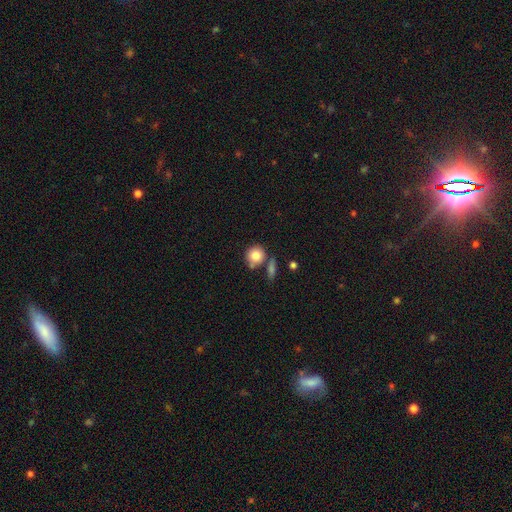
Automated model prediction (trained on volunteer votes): This appears to be a smooth galaxy with no disk features (81%) that is round (85%). Merging: none (62%).